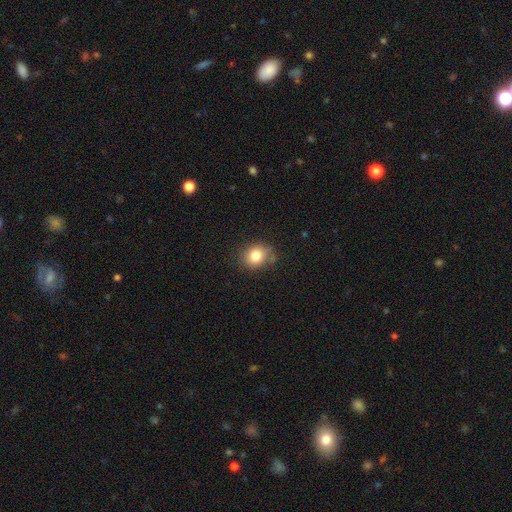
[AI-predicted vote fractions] Smooth or featured? Predicted: smooth (p=0.79). How rounded? Predicted: round (p=0.64). Merging? Predicted: none (p=0.72).